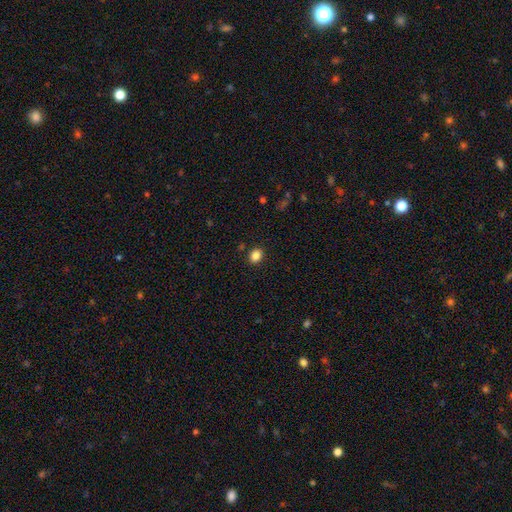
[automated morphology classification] This is clearly a smooth galaxy (85%). How rounded: possibly in between (50%). Merging: clearly none (89%).